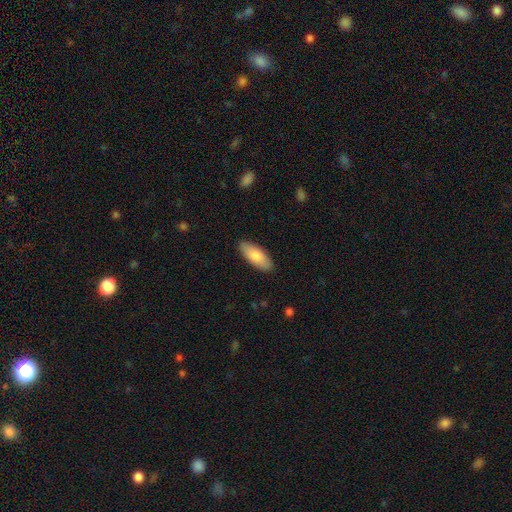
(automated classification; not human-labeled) A smooth galaxy with no disk features (82%) that is in between round and cigar-shaped (80%).

Vote fractions:
- Smooth or featured? smooth: 82% / featured or disk: 13% / star or artifact: 5%
- How rounded? in between: 80% / cigar-shaped: 18% / round: 2%
- Merging? none: 88% / minor disturbance: 9% / major disturbance: 2% / merger: 1%